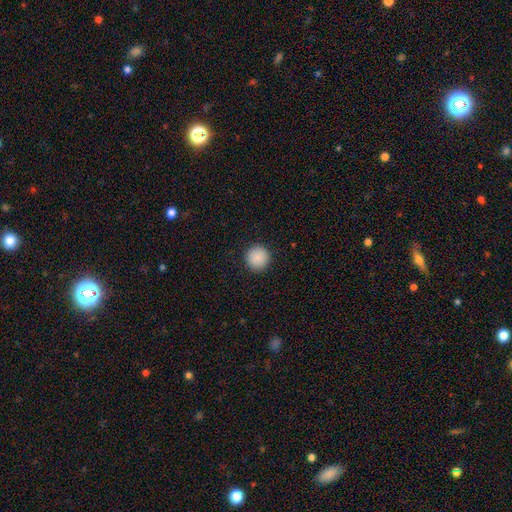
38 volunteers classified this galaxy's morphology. This is clearly a smooth galaxy (92%). How rounded: clearly round (97%). Merging: clearly none (92%).